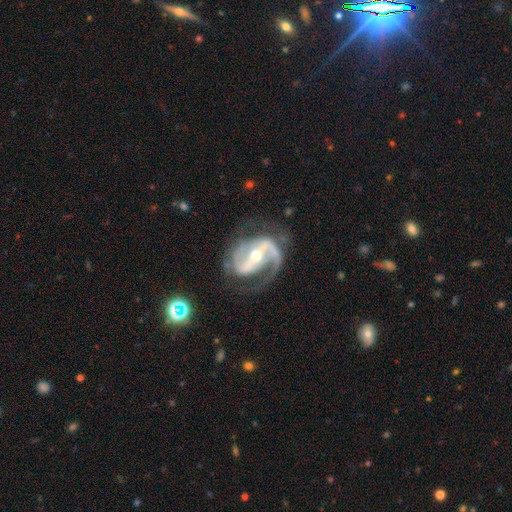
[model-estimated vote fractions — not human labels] Q: Smooth or featured?
A: featured or disk (91%); runner-up: star or artifact (5%)
Q: Edge-on disk?
A: no (97%); runner-up: yes (3%)
Q: Bar?
A: strong (59%); runner-up: weak (29%)
Q: Spiral arms?
A: yes (97%); runner-up: no (3%)
Q: Spiral winding?
A: medium (53%); runner-up: tight (25%)
Q: Spiral arm count?
A: 2 (79%); runner-up: 1 (13%)
Q: Bulge size?
A: moderate (59%); runner-up: small (36%)
Q: Merging?
A: none (65%); runner-up: minor disturbance (18%)